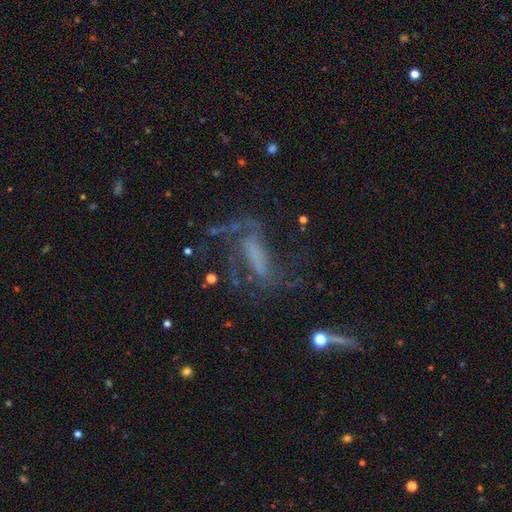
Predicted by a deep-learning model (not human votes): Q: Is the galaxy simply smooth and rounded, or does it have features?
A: featured or disk — 73%.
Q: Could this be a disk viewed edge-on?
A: no — 91%.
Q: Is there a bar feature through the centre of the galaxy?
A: strong — 46%.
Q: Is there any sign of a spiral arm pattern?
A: yes — 86%.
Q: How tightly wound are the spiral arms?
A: medium — 43%.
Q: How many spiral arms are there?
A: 2 — 61%.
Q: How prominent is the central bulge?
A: none — 54%.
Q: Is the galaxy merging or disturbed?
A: none — 47%.